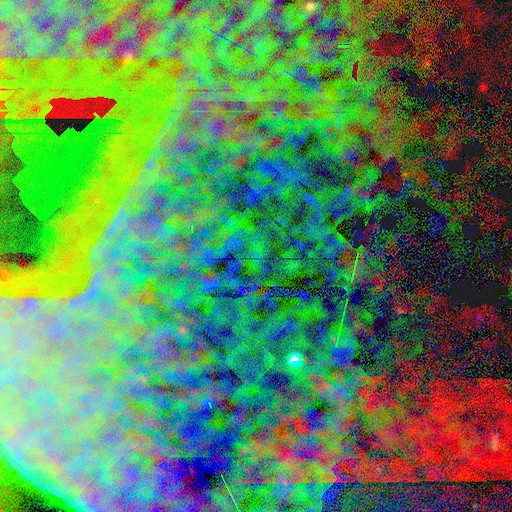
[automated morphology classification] smooth_or_featured: star or artifact (p=0.86) [alt: featured or disk p=0.07]